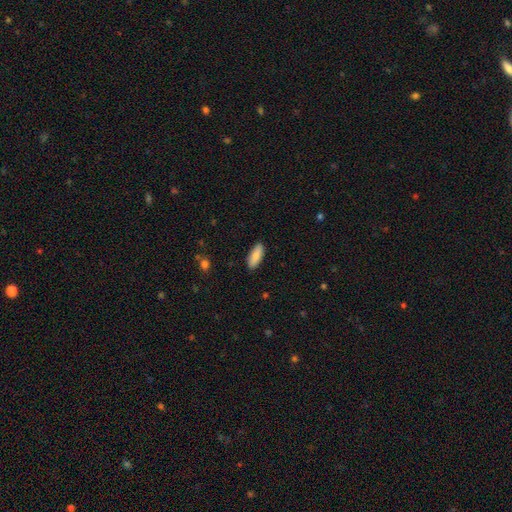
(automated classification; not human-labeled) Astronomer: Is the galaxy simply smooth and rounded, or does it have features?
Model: smooth — 86%.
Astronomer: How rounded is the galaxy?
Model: in between — 71%.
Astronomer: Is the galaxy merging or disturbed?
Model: none — 89%.